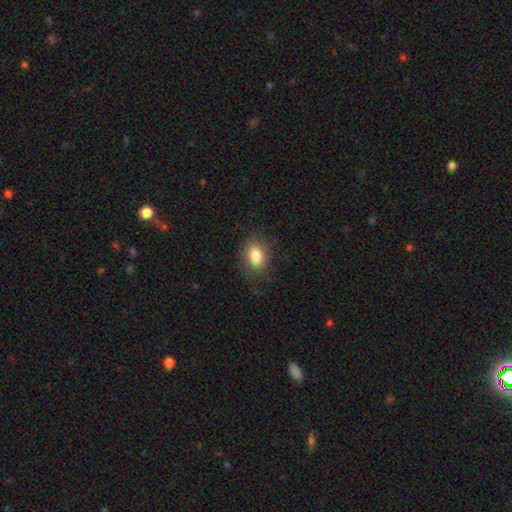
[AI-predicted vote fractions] Overall: smooth (83%). How rounded: in between (76%). Merging: none (82%).